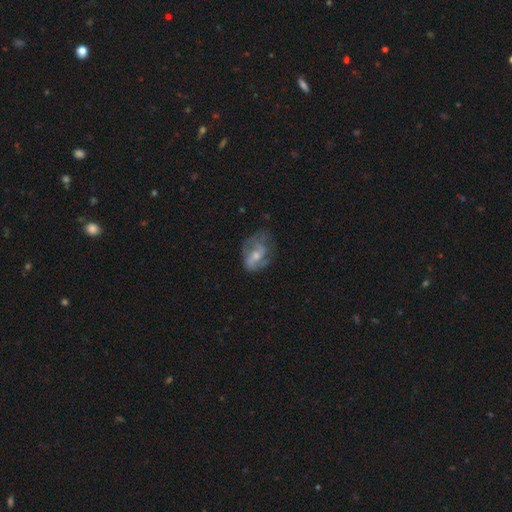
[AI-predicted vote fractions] smooth_or_featured: featured or disk (p=0.64) [alt: smooth p=0.26]
disk_edge_on: no (p=0.96) [alt: yes p=0.04]
bar: no (p=0.45) [alt: weak p=0.42]
has_spiral_arms: yes (p=0.72) [alt: no p=0.28]
bulge_size: moderate (p=0.46) [tied with: small p=0.46]
merging: none (p=0.53) [alt: minor disturbance p=0.26]